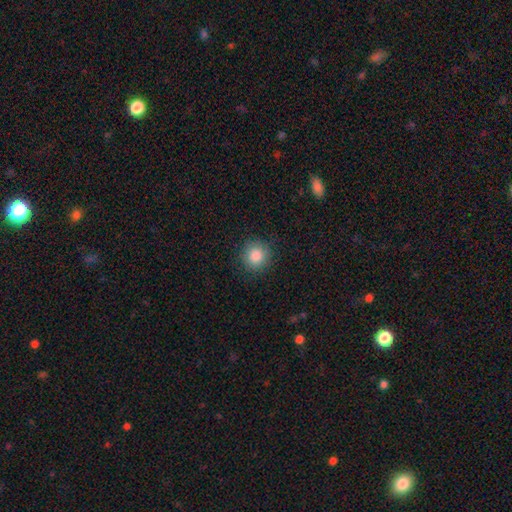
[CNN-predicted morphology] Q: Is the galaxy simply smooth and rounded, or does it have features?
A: smooth — 85%.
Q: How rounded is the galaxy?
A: round — 92%.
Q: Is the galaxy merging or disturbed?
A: none — 89%.